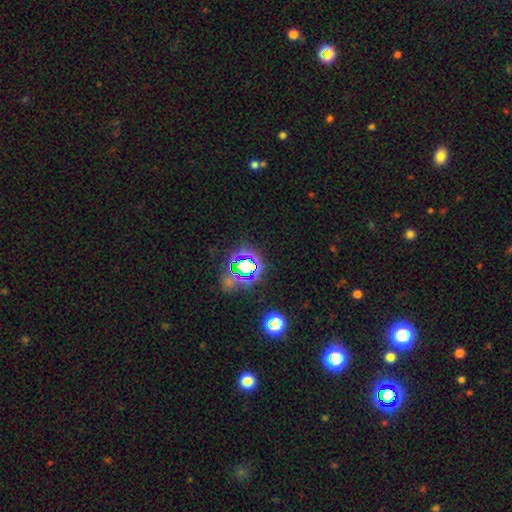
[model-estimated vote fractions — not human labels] Q: Smooth or featured?
A: star or artifact (75%); runner-up: smooth (16%)